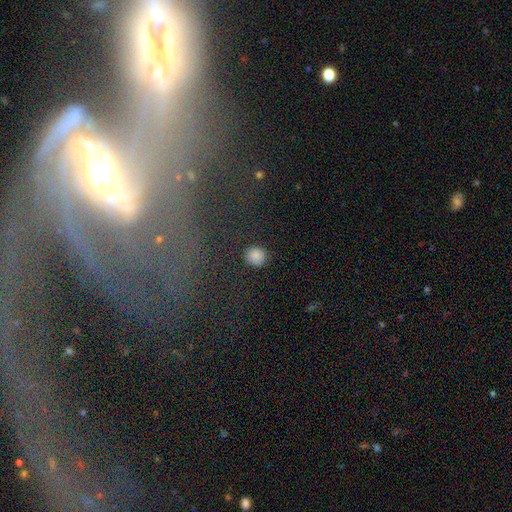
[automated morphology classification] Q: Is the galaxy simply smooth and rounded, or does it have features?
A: smooth — 86%.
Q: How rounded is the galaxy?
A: round — 91%.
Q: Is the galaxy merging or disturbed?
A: none — 89%.